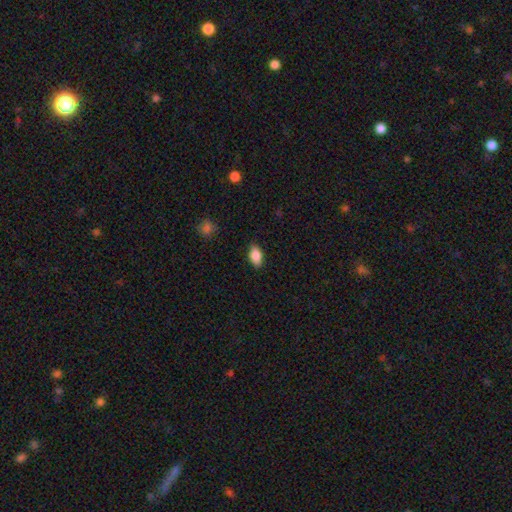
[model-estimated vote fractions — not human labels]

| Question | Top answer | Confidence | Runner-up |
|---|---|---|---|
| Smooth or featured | smooth | 86% | star or artifact (7%) |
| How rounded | in between | 91% | round (6%) |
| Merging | none | 85% | minor disturbance (12%) |